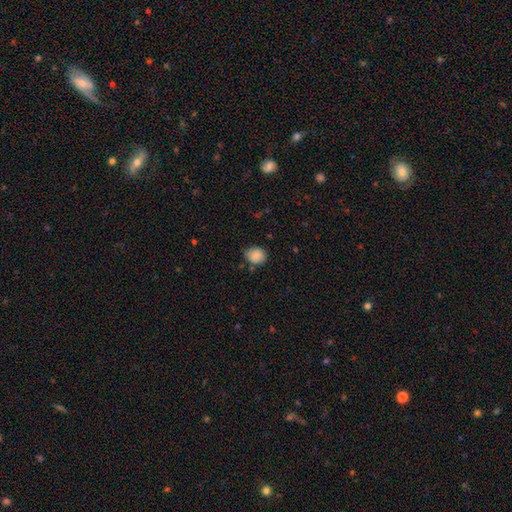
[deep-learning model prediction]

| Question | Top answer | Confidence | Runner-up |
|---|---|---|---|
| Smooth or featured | smooth | 87% | star or artifact (8%) |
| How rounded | round | 67% | in between (32%) |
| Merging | none | 73% | minor disturbance (20%) |